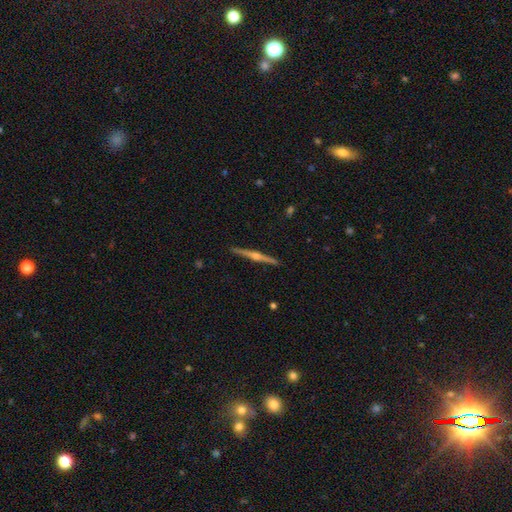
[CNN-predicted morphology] A featured or disk galaxy (82%) viewed edge-on (98%) with a rounded central bulge (89%).

Vote fractions:
- Smooth or featured? featured or disk: 82% / smooth: 12% / star or artifact: 6%
- Edge-on disk? yes: 98% / no: 2%
- Edge-on bulge? rounded: 89% / none: 6% / boxy: 5%
- Merging? none: 92% / minor disturbance: 6% / major disturbance: 1% / merger: 1%